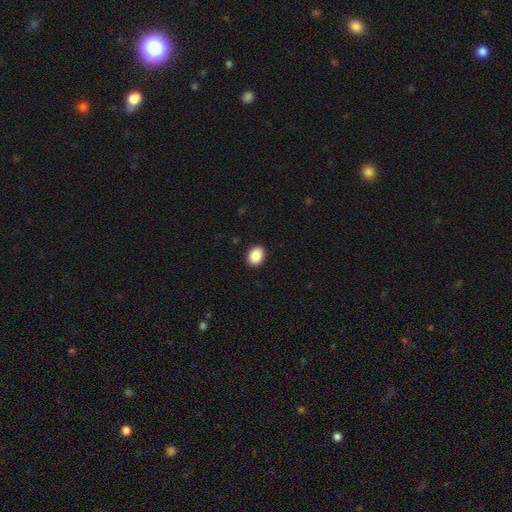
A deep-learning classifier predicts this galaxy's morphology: This is clearly a smooth galaxy (89%). How rounded: possibly in between (57%). Merging: clearly none (92%).